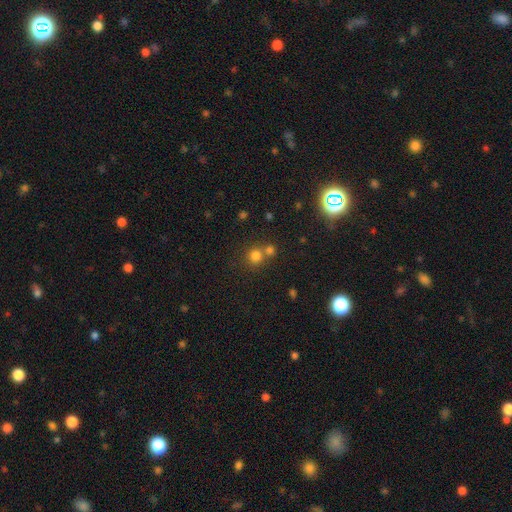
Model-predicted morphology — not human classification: smooth_or_featured: smooth (p=0.77) [alt: star or artifact p=0.17]
how_rounded: round (p=0.89) [alt: in between p=0.10]
merging: none (p=0.55) [alt: merger p=0.36]